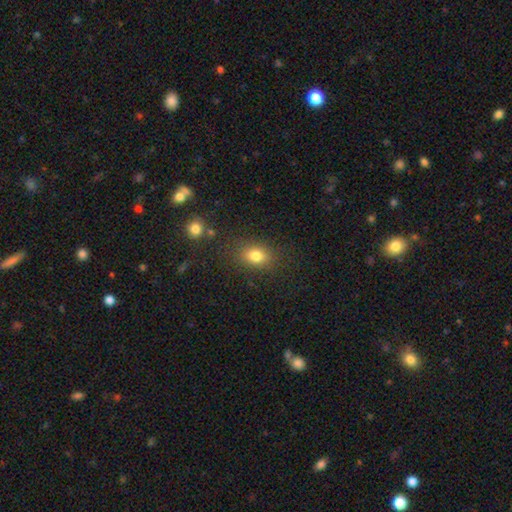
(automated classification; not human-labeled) This is clearly a smooth galaxy (81%). How rounded: likely in between (66%). Merging: clearly none (81%).